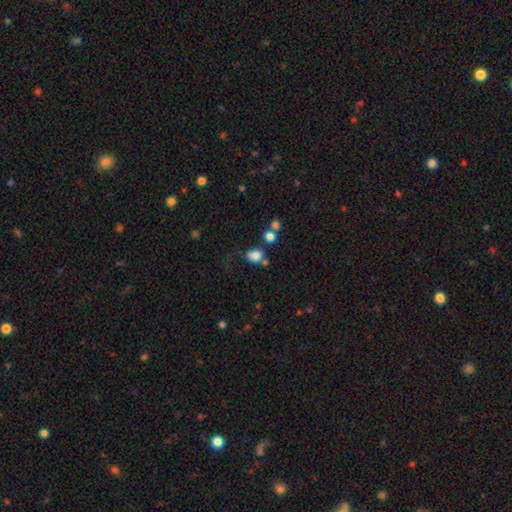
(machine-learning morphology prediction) Smooth or featured?
  - smooth: 80% *
  - star or artifact: 12%
  - featured or disk: 8%
How rounded?
  - in between: 50% *
  - round: 49%
  - cigar-shaped: 1%
Merging?
  - none: 53% *
  - merger: 20%
  - minor disturbance: 18%
  - major disturbance: 10%